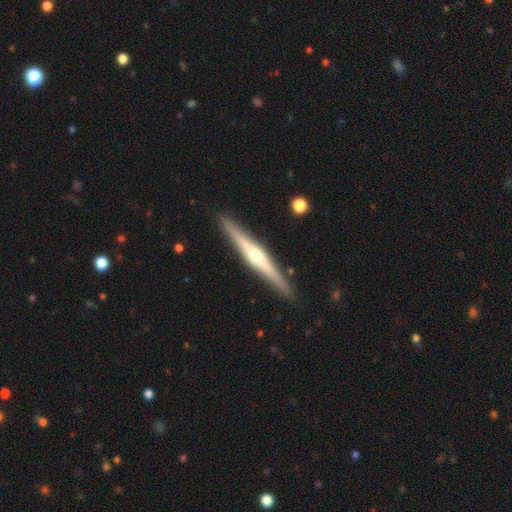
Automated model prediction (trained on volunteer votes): Smooth or featured? Predicted: featured or disk (p=0.74). Edge-on disk? Predicted: yes (p=0.98). Edge-on bulge? Predicted: rounded (p=0.84). Merging? Predicted: none (p=0.90).